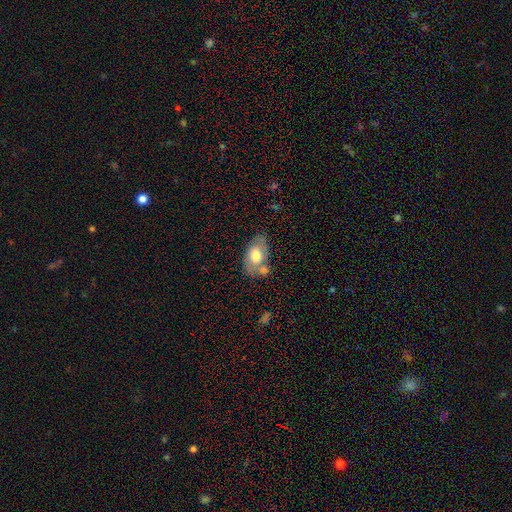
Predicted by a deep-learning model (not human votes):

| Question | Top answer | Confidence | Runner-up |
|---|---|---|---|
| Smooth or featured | smooth | 63% | featured or disk (31%) |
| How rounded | in between | 89% | round (9%) |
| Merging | none | 52% | minor disturbance (21%) |